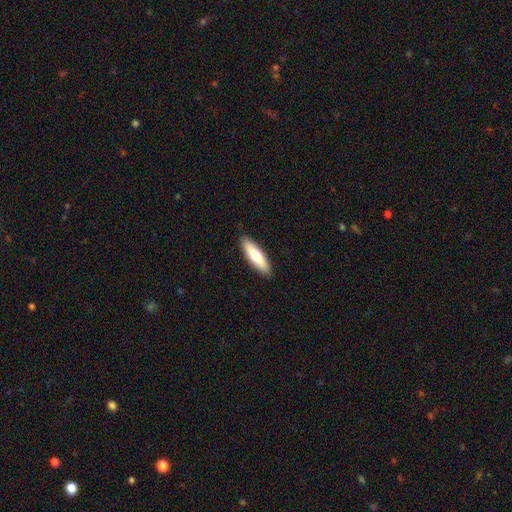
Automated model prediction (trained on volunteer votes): smooth-or-featured: smooth: 72% | featured or disk: 23% | star or artifact: 5%
  how-rounded: cigar-shaped: 58% | in between: 40% | round: 2%
  merging: none: 90% | minor disturbance: 8% | major disturbance: 2% | merger: 1%